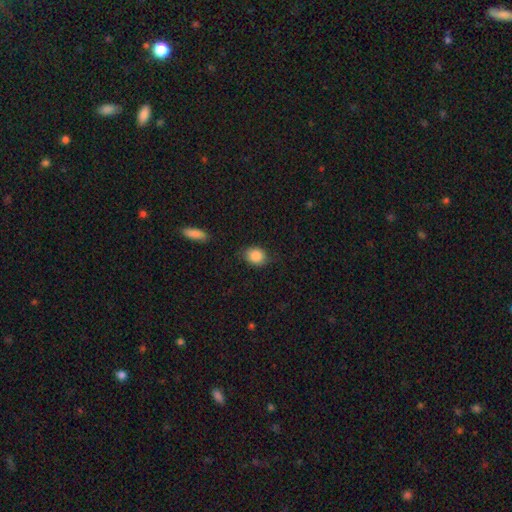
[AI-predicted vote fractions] smooth 86%, star or artifact 8%, featured or disk 5%. Down the decision tree: how rounded — round (54%); merging — none (81%).